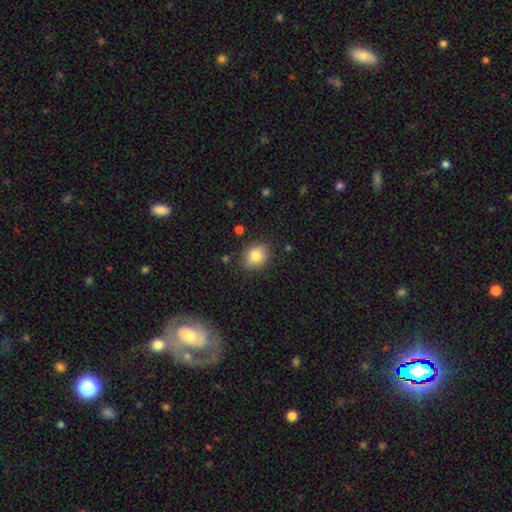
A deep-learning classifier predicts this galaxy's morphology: Smooth or featured: smooth — 80% (featured or disk — 10%)
How rounded: round — 58% (in between — 41%)
Merging: none — 82% (minor disturbance — 13%)